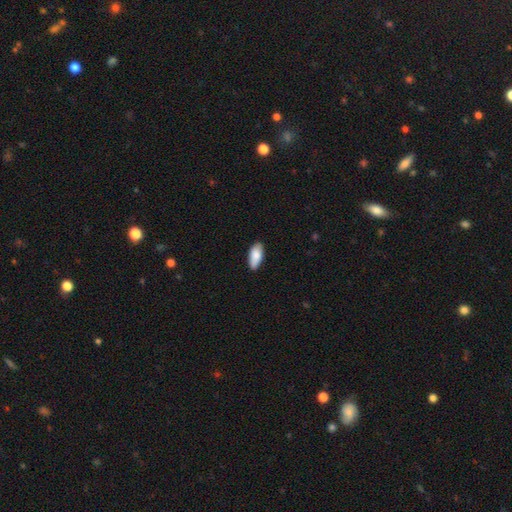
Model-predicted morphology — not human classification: This is clearly a smooth galaxy (85%). How rounded: clearly in between (87%). Merging: clearly none (82%).